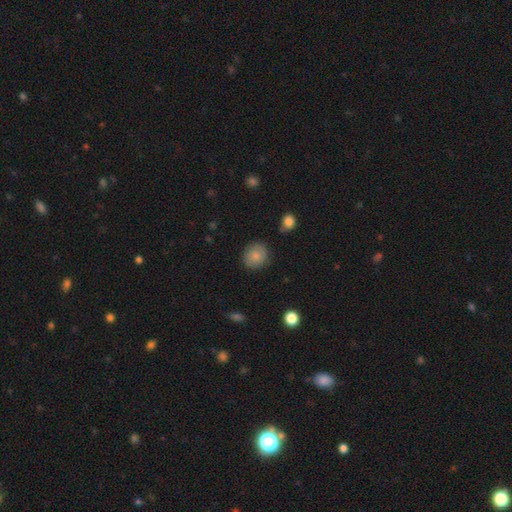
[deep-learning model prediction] Morphology: type=smooth (84%); roundness=round (76%); merging=none (83%).